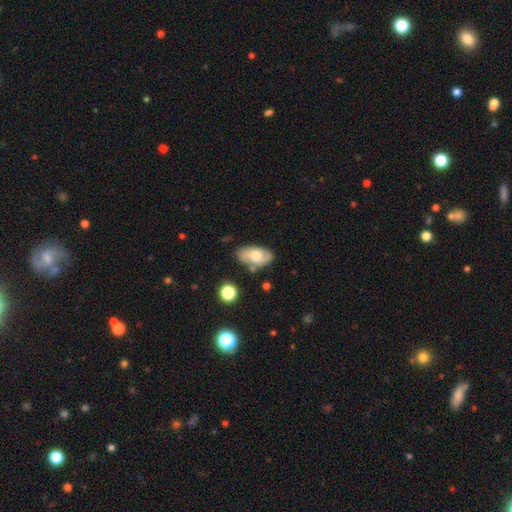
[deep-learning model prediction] Smooth or featured? smooth (66%)
How rounded? in between (93%)
Merging? none (68%)